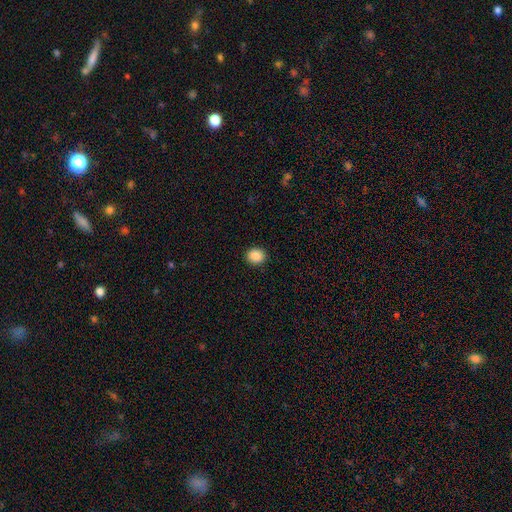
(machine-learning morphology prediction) type=smooth (88%); roundness=round (73%); merging=none (91%).